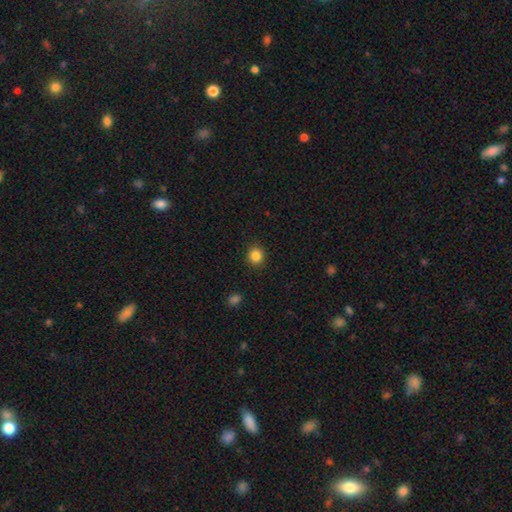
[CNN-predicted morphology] The model was most divided on "smooth or featured": smooth: 85%, star or artifact: 11%, featured or disk: 4%. More confident: merging — none (91%); how rounded — round (89%).